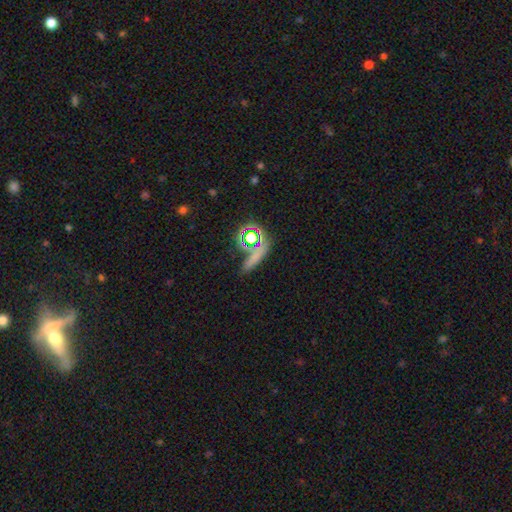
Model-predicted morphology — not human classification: This appears to be a smooth galaxy with no disk features (59%) that is cigar-shaped (55%). Merging: none (74%).